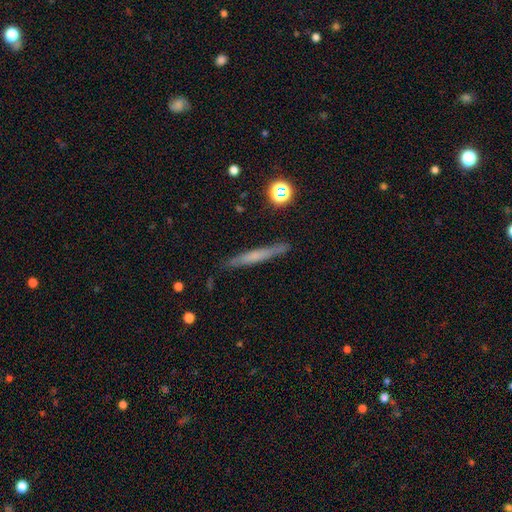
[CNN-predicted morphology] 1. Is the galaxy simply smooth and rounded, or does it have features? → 48% smooth, 44% featured or disk, 8% star or artifact.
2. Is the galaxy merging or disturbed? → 87% none, 10% minor disturbance, 2% major disturbance, 2% merger.